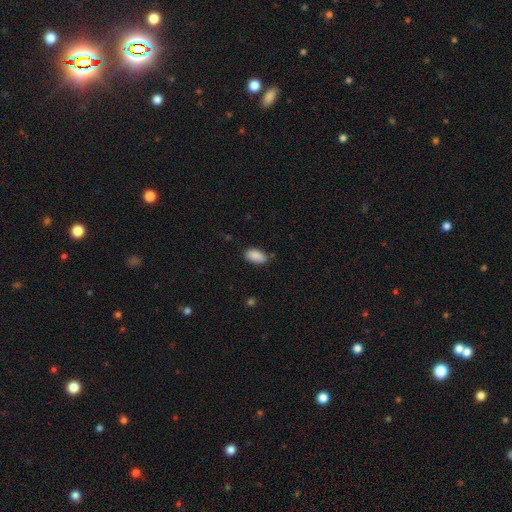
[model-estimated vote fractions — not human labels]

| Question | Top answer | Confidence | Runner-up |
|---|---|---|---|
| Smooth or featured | smooth | 89% | star or artifact (7%) |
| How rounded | in between | 94% | round (4%) |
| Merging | none | 80% | minor disturbance (15%) |